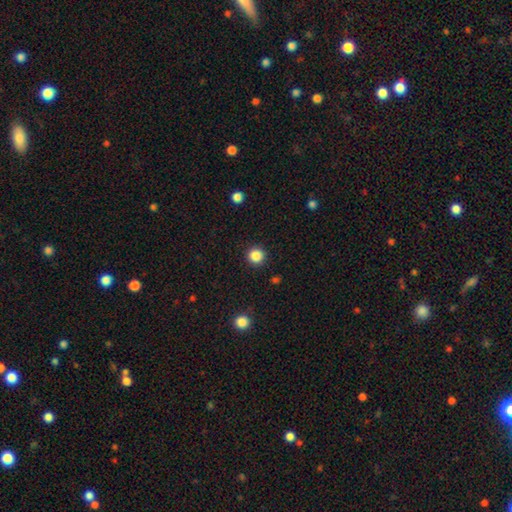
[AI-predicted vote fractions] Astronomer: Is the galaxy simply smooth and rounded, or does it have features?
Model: smooth — 86%.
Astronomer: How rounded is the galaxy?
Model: round — 95%.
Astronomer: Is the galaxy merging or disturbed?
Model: none — 92%.